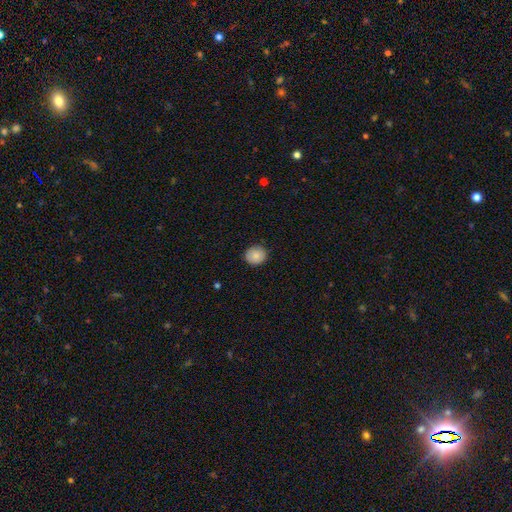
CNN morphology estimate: type=smooth (84%); roundness=round (83%); merging=none (87%).